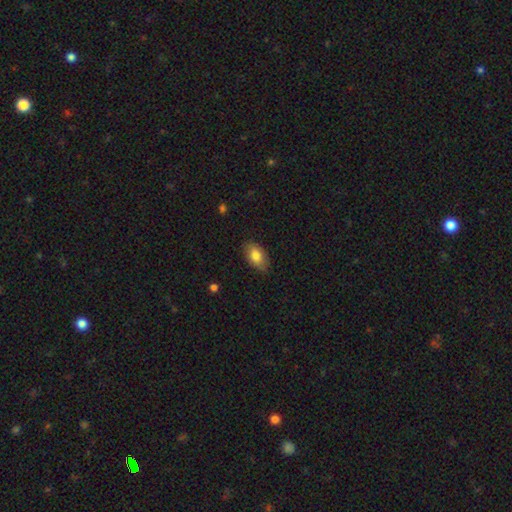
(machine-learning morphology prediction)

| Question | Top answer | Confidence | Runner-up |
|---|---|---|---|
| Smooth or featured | smooth | 81% | featured or disk (13%) |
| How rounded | in between | 92% | round (5%) |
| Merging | none | 84% | minor disturbance (13%) |